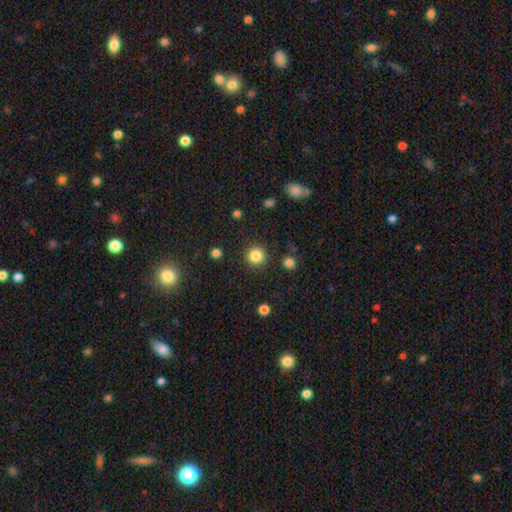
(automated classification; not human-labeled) Smooth or featured? smooth (84%)
How rounded? round (94%)
Merging? none (89%)